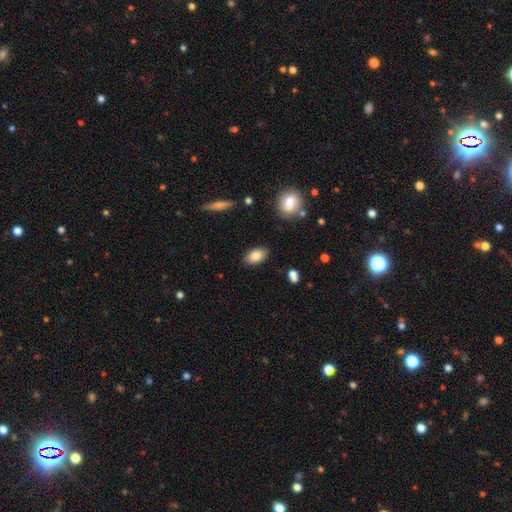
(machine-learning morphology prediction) type=smooth (84%); roundness=in between (91%); merging=none (87%).